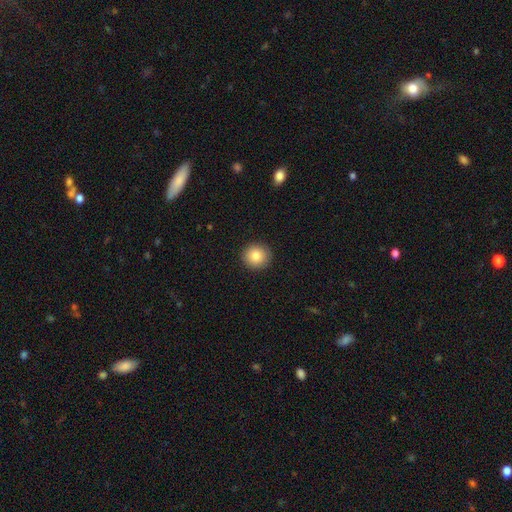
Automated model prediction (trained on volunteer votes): This appears to be a smooth galaxy with no disk features (84%) that is round (92%). Merging: none (92%).